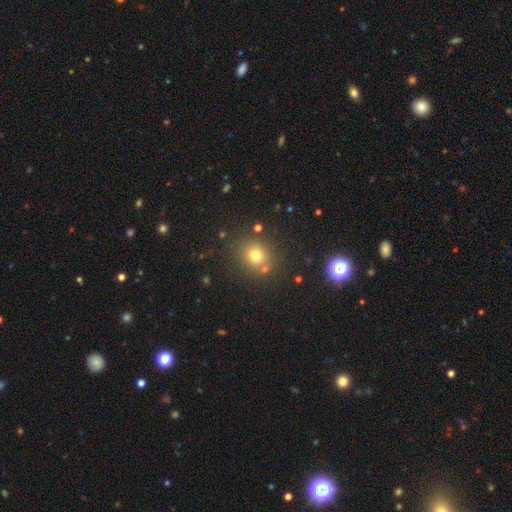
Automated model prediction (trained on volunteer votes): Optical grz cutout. It shows a smooth galaxy with no disk features (73%) that is round (80%). Merging: none (79%).